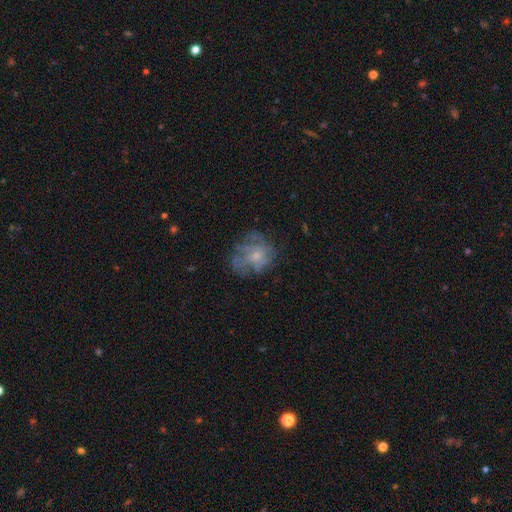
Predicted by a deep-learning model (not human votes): A featured or disk galaxy (58%) with no bar (81%), spiral arms (61%) and a small central bulge (62%). Merging: none (58%).